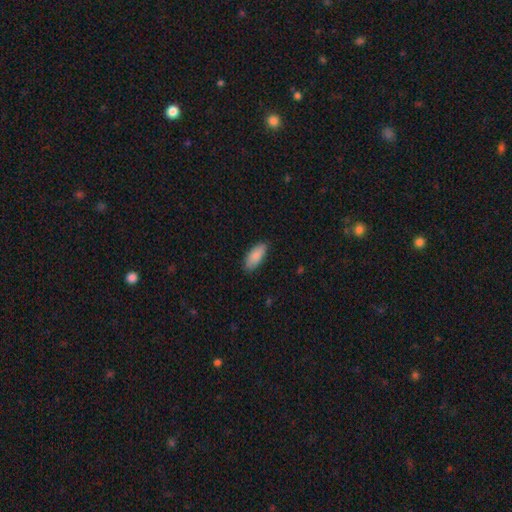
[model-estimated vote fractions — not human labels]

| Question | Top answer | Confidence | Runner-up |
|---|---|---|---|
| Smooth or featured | smooth | 86% | featured or disk (8%) |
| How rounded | in between | 84% | cigar-shaped (14%) |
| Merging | none | 85% | minor disturbance (12%) |